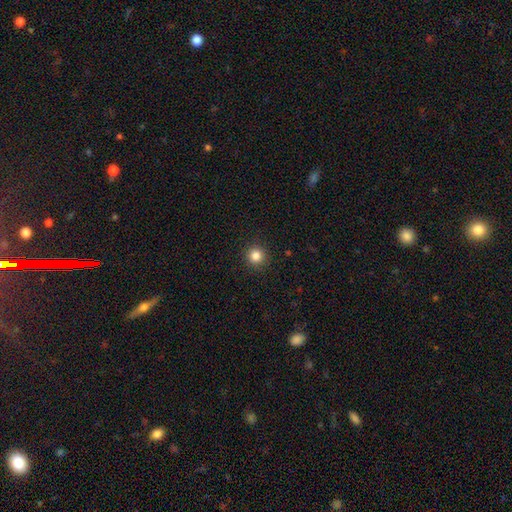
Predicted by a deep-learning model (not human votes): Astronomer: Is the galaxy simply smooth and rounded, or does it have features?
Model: smooth — 84%.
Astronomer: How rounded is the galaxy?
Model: round — 95%.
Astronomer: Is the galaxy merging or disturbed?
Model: none — 92%.